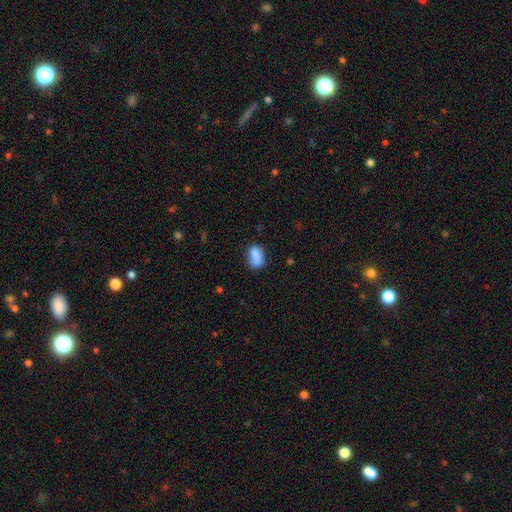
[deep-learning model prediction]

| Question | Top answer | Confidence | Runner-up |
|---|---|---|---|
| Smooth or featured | smooth | 78% | featured or disk (12%) |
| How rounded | in between | 81% | round (17%) |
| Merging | none | 41% | merger (25%) |